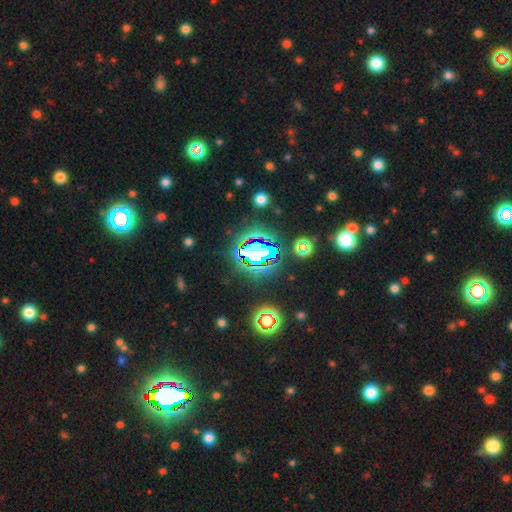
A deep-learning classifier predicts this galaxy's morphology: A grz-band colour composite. It shows a star or artifact, not a galaxy (66%).